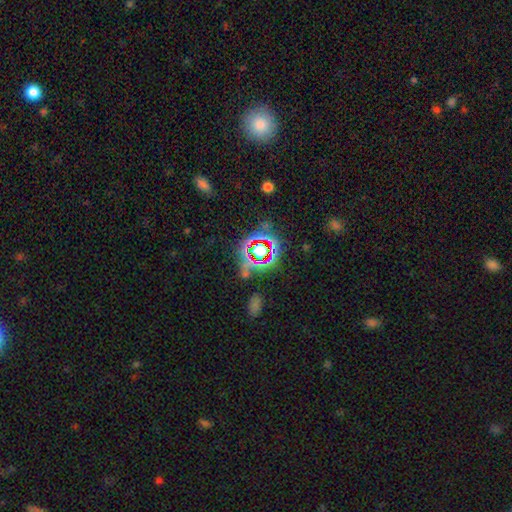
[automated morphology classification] Smooth or featured? star or artifact (69%)